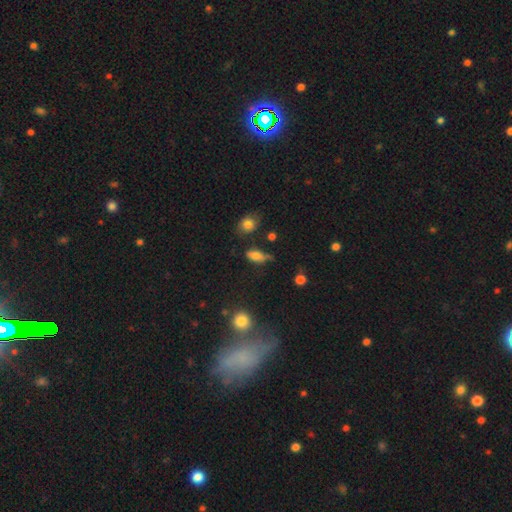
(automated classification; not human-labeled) This is likely a smooth galaxy (68%). How rounded: likely in between (77%). Merging: possibly none (48%).